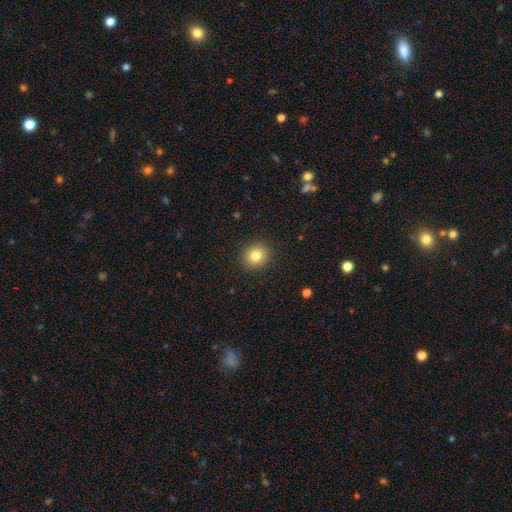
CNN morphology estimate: Smooth or featured? smooth (81%)
How rounded? round (84%)
Merging? none (90%)